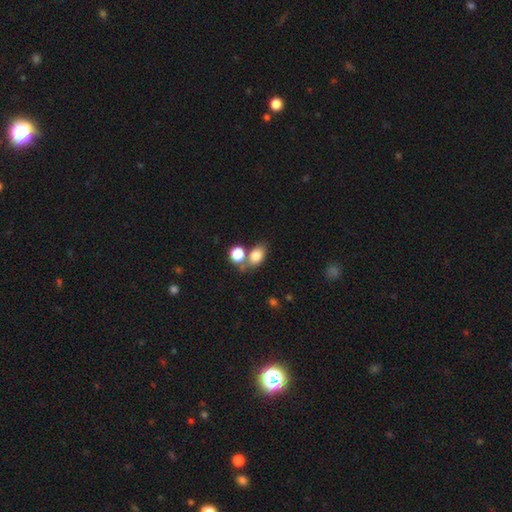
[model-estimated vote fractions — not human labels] Q: Smooth or featured?
A: smooth (81%); runner-up: star or artifact (10%)
Q: How rounded?
A: in between (74%); runner-up: round (25%)
Q: Merging?
A: none (51%); runner-up: merger (32%)